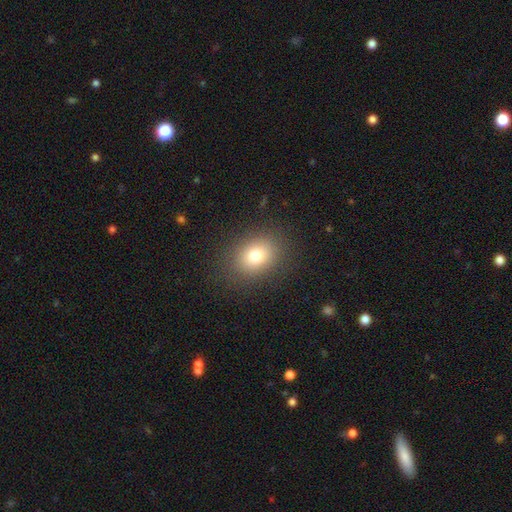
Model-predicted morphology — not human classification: Overall: smooth (80%). How rounded: in between (65%; round 34%). Merging: none (86%).